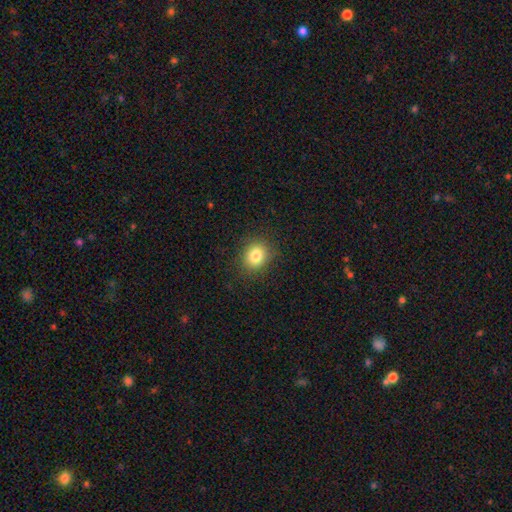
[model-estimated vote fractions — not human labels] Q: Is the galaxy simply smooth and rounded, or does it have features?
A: smooth — 83%.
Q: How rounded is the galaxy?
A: round — 70%.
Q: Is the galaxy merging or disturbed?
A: none — 87%.